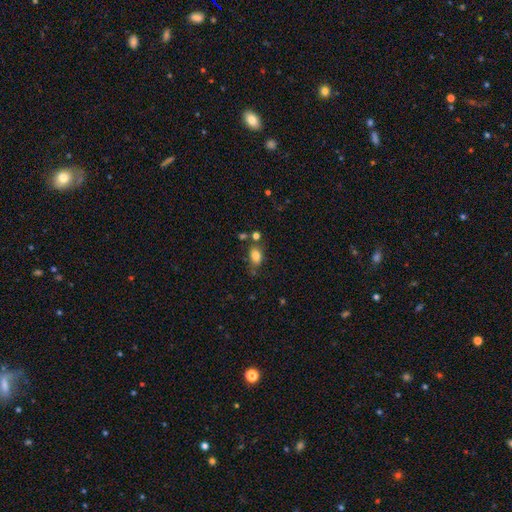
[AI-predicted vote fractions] smooth_or_featured: smooth (p=0.82) [alt: star or artifact p=0.11]
how_rounded: in between (p=0.80) [alt: round p=0.18]
merging: none (p=0.63) [alt: minor disturbance p=0.18]